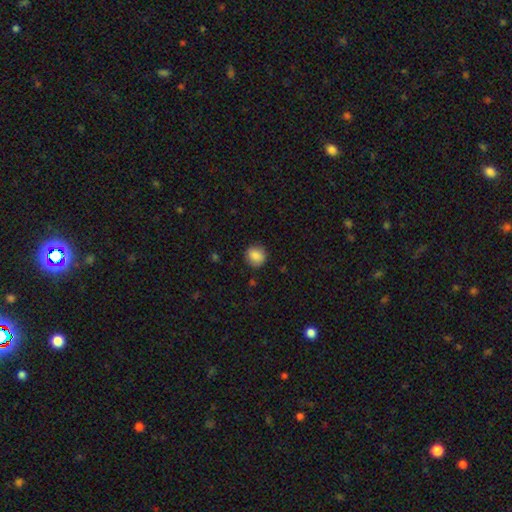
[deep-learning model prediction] smooth_or_featured: smooth (p=0.86) [alt: star or artifact p=0.08]
how_rounded: round (p=0.79) [alt: in between p=0.20]
merging: none (p=0.84) [alt: minor disturbance p=0.12]